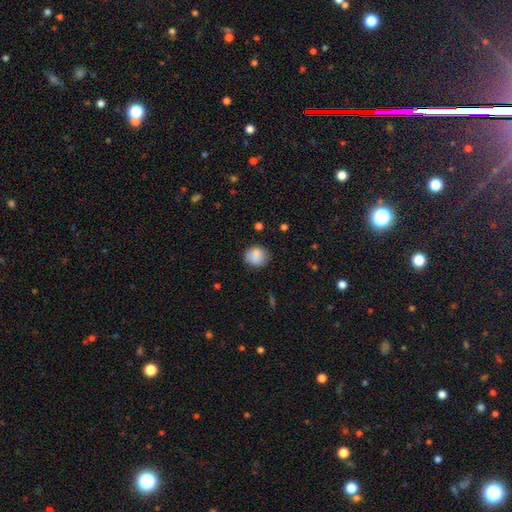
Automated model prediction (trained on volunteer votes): Smooth or featured?
  - smooth: 85% *
  - star or artifact: 8%
  - featured or disk: 7%
How rounded?
  - round: 81% *
  - in between: 18%
  - cigar-shaped: 1%
Merging?
  - none: 81% *
  - minor disturbance: 14%
  - major disturbance: 3%
  - merger: 2%